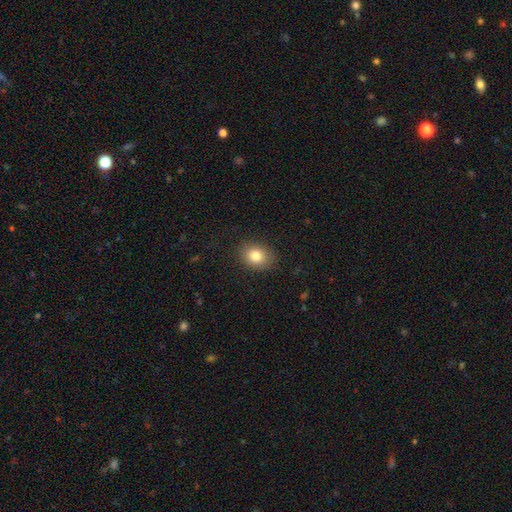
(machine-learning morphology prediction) Q: Smooth or featured?
A: smooth (81%); runner-up: star or artifact (10%)
Q: How rounded?
A: in between (57%); runner-up: round (42%)
Q: Merging?
A: none (86%); runner-up: minor disturbance (10%)